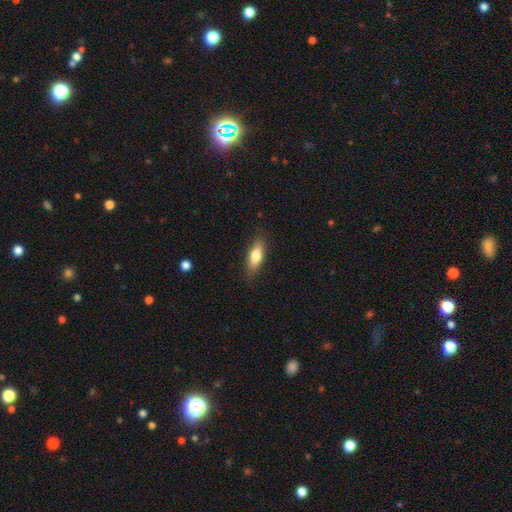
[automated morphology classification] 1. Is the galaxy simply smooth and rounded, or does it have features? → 75% smooth, 18% featured or disk, 6% star or artifact.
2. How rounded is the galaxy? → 63% in between, 34% cigar-shaped, 3% round.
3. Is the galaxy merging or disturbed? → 83% none, 13% minor disturbance, 3% major disturbance, 1% merger.